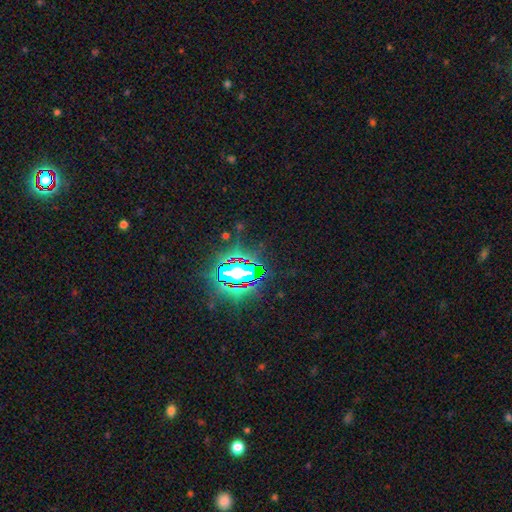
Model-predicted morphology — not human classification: Smooth or featured? Predicted: star or artifact (p=0.78).